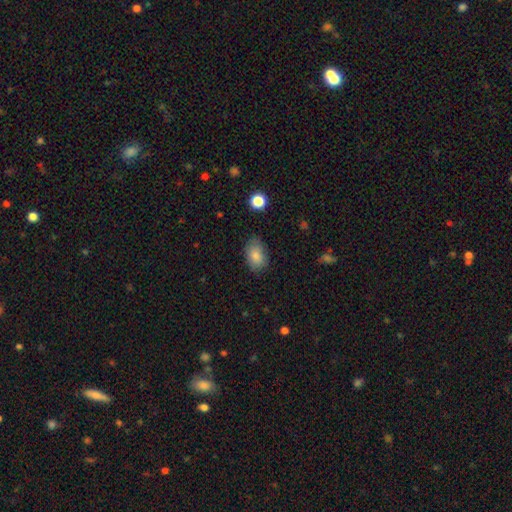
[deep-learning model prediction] This is clearly a smooth galaxy (85%). How rounded: clearly in between (87%). Merging: likely none (79%).